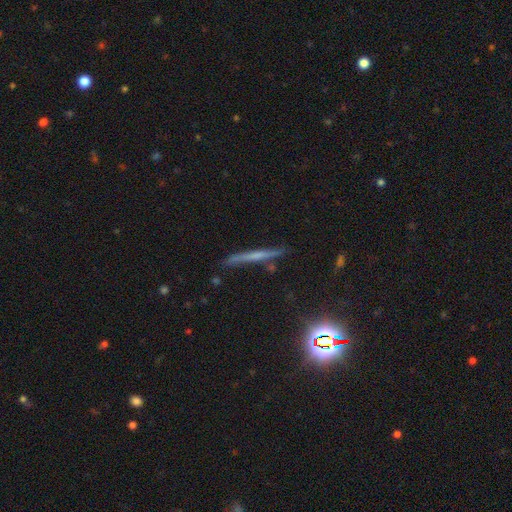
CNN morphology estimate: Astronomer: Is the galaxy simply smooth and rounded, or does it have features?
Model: featured or disk — 51% (runner-up: smooth, 33%).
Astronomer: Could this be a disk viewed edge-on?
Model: yes — 94%.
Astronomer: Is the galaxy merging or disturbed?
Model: none — 82%.